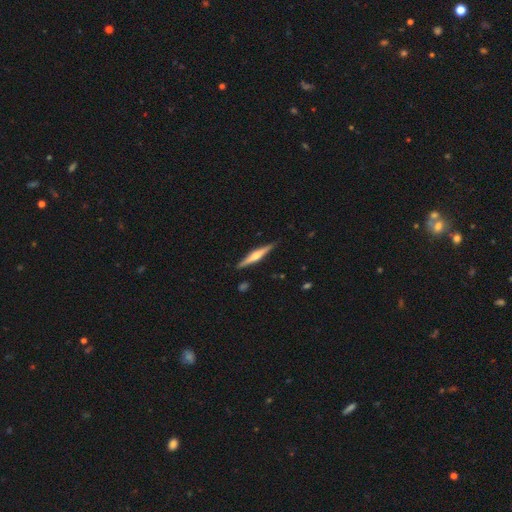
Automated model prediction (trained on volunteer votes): A featured or disk galaxy (69%) viewed edge-on (98%) with a rounded central bulge (83%).

Vote fractions:
- Smooth or featured? featured or disk: 69% / smooth: 26% / star or artifact: 5%
- Edge-on disk? yes: 98% / no: 2%
- Edge-on bulge? rounded: 83% / boxy: 11% / none: 6%
- Merging? none: 90% / minor disturbance: 8% / major disturbance: 1% / merger: 1%